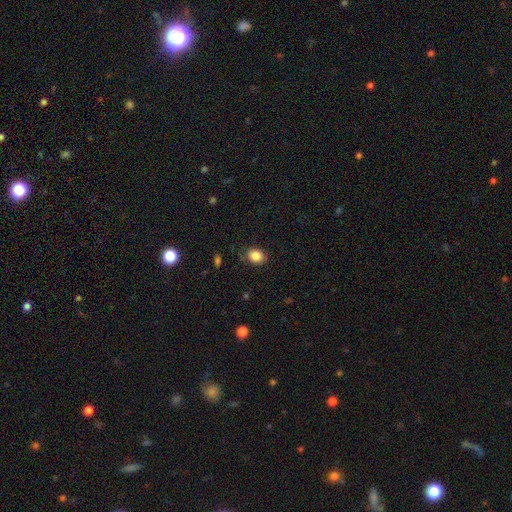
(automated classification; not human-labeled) smooth-or-featured: smooth: 86% | star or artifact: 9% | featured or disk: 5%
  how-rounded: in between: 51% | round: 48% | cigar-shaped: 1%
  merging: none: 77% | minor disturbance: 18% | major disturbance: 4% | merger: 1%